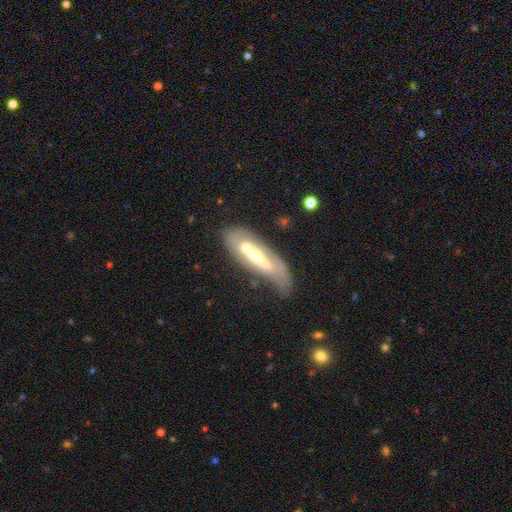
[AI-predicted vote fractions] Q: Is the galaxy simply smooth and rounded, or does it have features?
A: featured or disk — 63%.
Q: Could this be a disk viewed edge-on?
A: no — 70%.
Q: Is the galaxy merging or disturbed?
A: none — 36%.